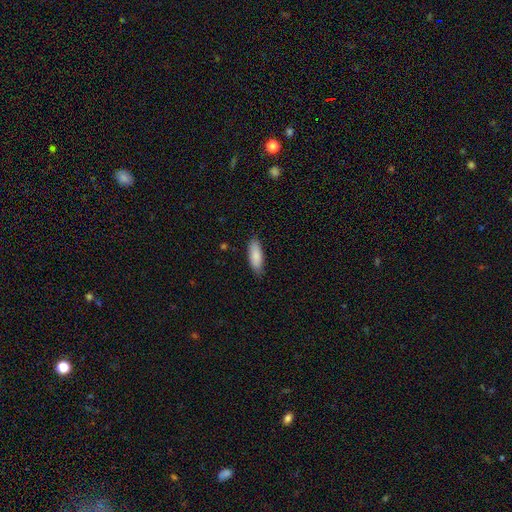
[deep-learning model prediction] A smooth galaxy with no disk features (86%) that is in between round and cigar-shaped (67%).

Vote fractions:
- Smooth or featured? smooth: 86% / featured or disk: 8% / star or artifact: 6%
- How rounded? in between: 67% / cigar-shaped: 32% / round: 2%
- Merging? none: 82% / minor disturbance: 15% / major disturbance: 2% / merger: 1%